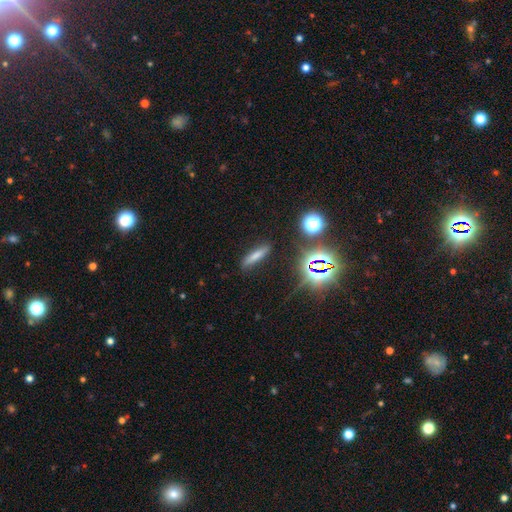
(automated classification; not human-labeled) Morphology: type=smooth (63%); roundness=cigar-shaped (80%); merging=none (85%).